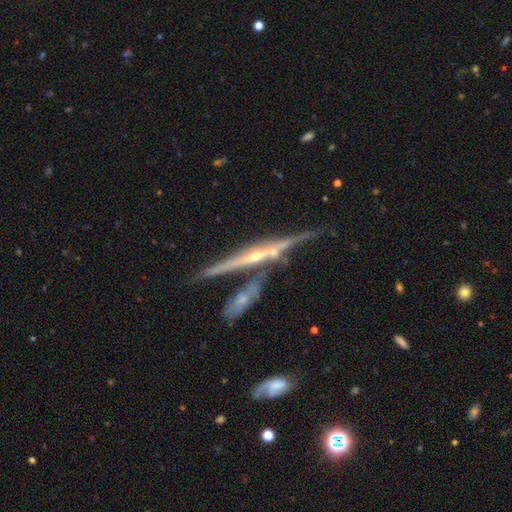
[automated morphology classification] This appears to be a featured or disk galaxy (84%) viewed edge-on (96%) with a rounded central bulge (71%). Merging: none (68%).